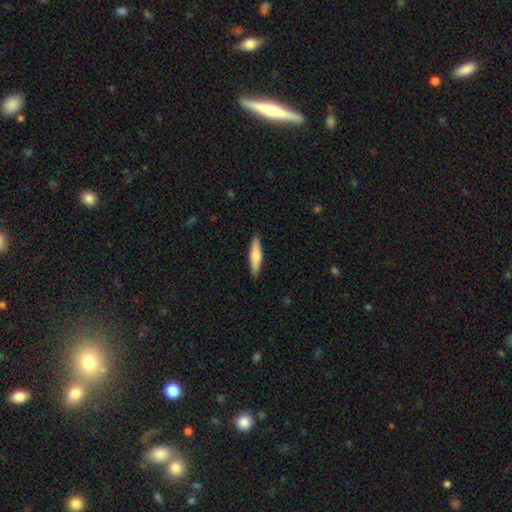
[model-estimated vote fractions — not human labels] A smooth galaxy with no disk features (71%) that is cigar-shaped (79%).

Vote fractions:
- Smooth or featured? smooth: 71% / featured or disk: 24% / star or artifact: 5%
- How rounded? cigar-shaped: 79% / in between: 20% / round: 2%
- Merging? none: 89% / minor disturbance: 8% / major disturbance: 2% / merger: 1%